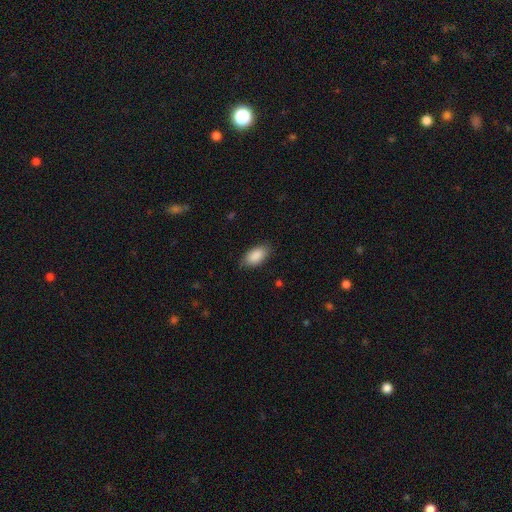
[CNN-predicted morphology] A smooth galaxy with no disk features (90%) that is in between round and cigar-shaped (93%). Merging: none (83%).